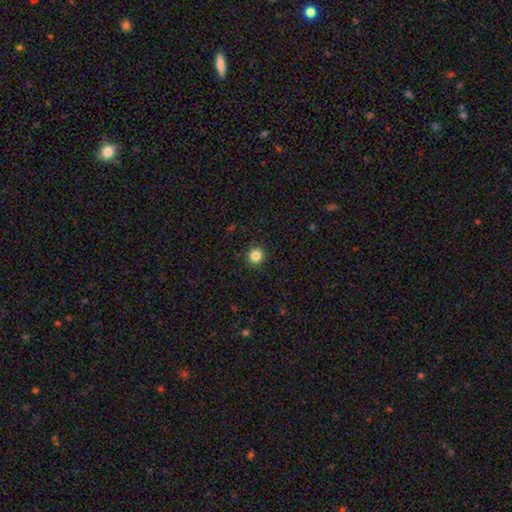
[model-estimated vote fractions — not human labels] This appears to be a smooth galaxy with no disk features (84%) that is round (93%). Merging: none (93%).